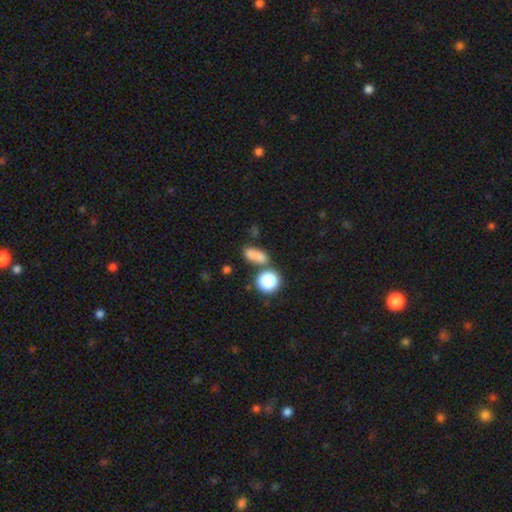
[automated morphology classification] smooth-or-featured: smooth: 75% | star or artifact: 18% | featured or disk: 8%
  how-rounded: in between: 62% | round: 26% | cigar-shaped: 11%
  merging: none: 57% | merger: 23% | minor disturbance: 14% | major disturbance: 7%